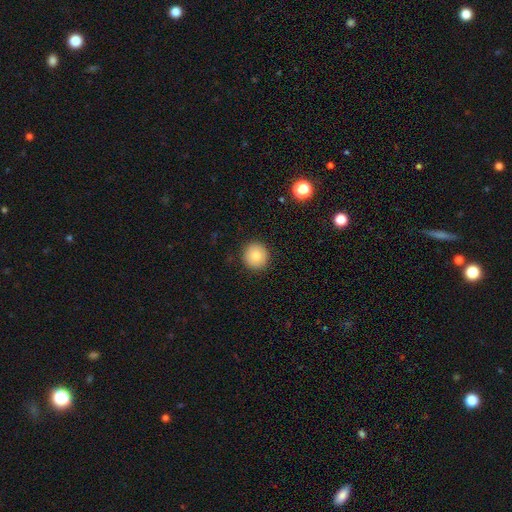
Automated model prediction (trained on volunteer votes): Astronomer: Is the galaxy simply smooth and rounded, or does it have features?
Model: smooth — 78%.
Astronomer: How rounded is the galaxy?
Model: round — 95%.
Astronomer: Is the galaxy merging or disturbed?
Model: none — 92%.